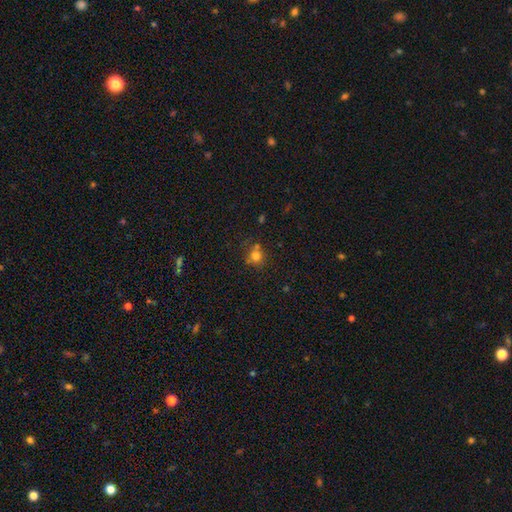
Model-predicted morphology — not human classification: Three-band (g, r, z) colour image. It shows a smooth galaxy with no disk features (75%) that is round (85%). Merging: none (63%).